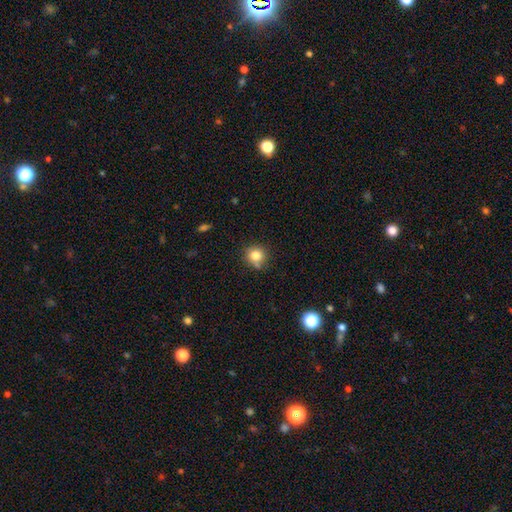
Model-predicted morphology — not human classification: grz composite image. It shows a smooth galaxy with no disk features (81%) that is round (87%). Merging: none (73%).